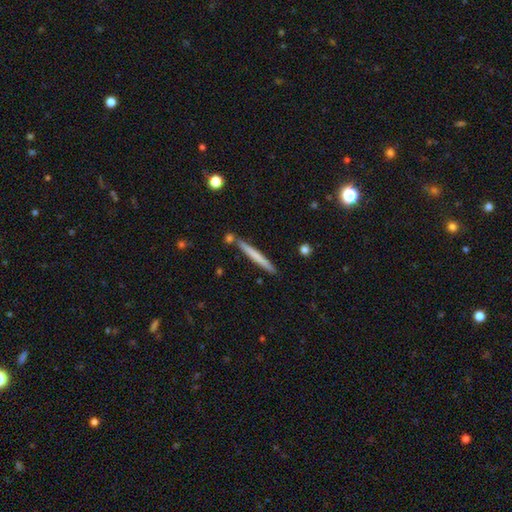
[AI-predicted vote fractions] Overall: smooth (61%; featured or disk 33%). How rounded: cigar-shaped (97%). Merging: none (85%).